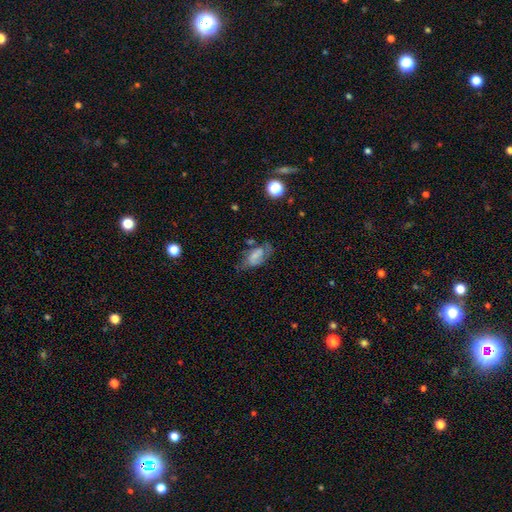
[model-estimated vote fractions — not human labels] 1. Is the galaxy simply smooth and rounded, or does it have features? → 51% smooth, 39% featured or disk, 10% star or artifact.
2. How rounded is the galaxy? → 89% in between, 7% round, 4% cigar-shaped.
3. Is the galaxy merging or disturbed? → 43% none, 29% minor disturbance, 22% major disturbance, 6% merger.